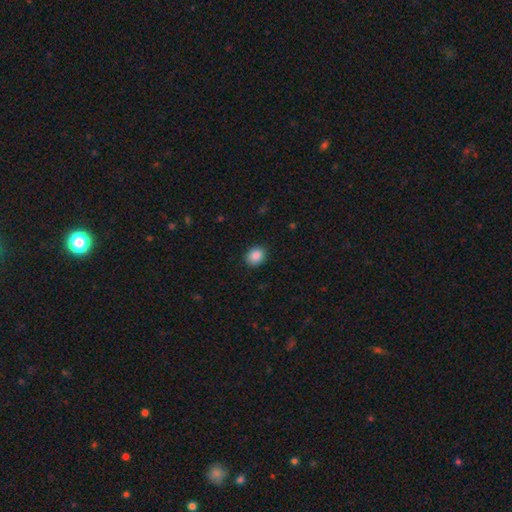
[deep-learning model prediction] This is clearly a smooth galaxy (89%). How rounded: likely round (60%). Merging: clearly none (89%).